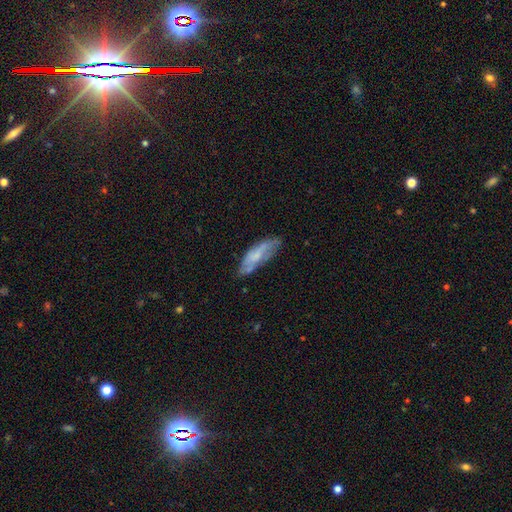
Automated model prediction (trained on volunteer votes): smooth 56%, featured or disk 37%, star or artifact 7%. Down the decision tree: how rounded — in between (52%); merging — none (57%).